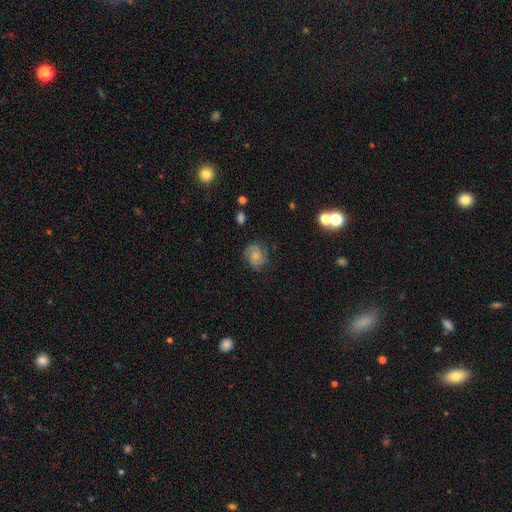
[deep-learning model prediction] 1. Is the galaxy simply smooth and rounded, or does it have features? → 46% smooth, 44% featured or disk, 10% star or artifact.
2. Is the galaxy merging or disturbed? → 70% none, 20% minor disturbance, 8% major disturbance, 1% merger.